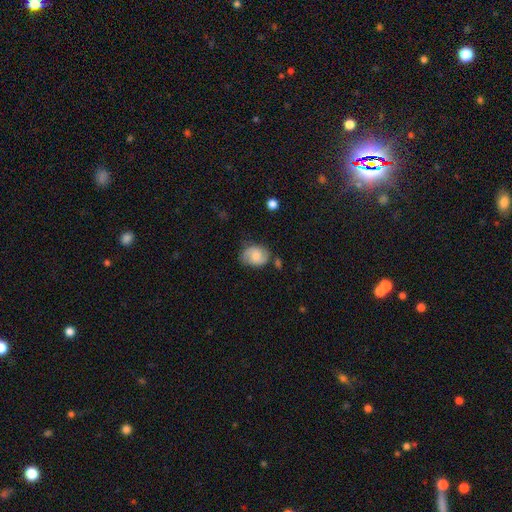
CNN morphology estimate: Q: Smooth or featured?
A: featured or disk (47%); runner-up: smooth (45%)
Q: Merging?
A: none (67%); runner-up: minor disturbance (23%)